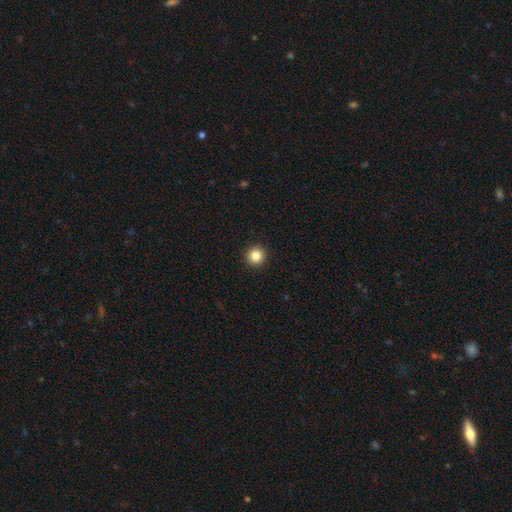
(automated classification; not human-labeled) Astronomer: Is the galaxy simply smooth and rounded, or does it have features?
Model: smooth — 84%.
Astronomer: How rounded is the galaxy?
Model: round — 96%.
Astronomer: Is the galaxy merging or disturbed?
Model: none — 93%.